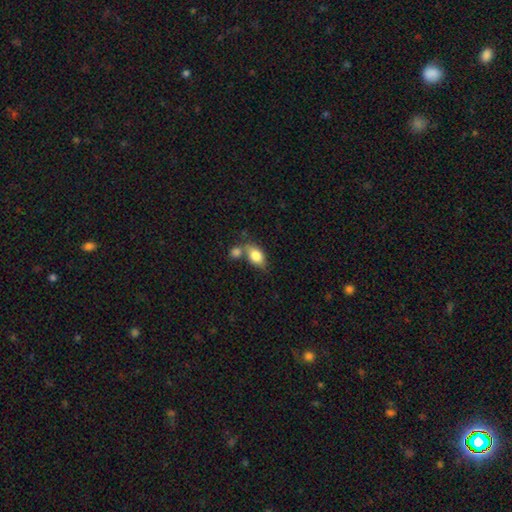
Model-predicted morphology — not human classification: Smooth or featured: smooth — 80% (featured or disk — 13%)
How rounded: in between — 82% (round — 16%)
Merging: merger — 43% (none — 37%)